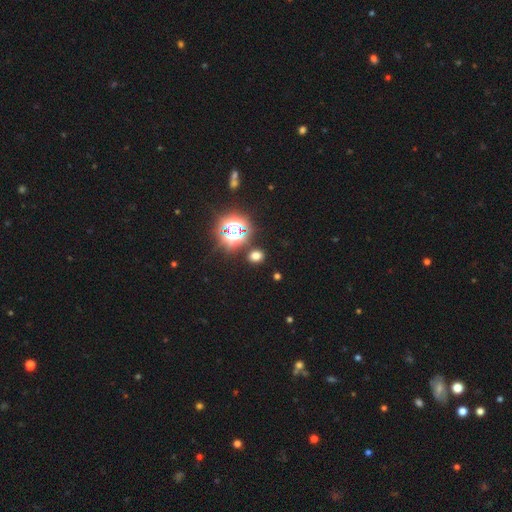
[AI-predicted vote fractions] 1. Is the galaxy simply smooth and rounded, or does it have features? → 61% smooth, 33% star or artifact, 7% featured or disk.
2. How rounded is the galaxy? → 50% round, 48% in between, 2% cigar-shaped.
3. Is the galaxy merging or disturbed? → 85% none, 8% minor disturbance, 4% merger, 3% major disturbance.